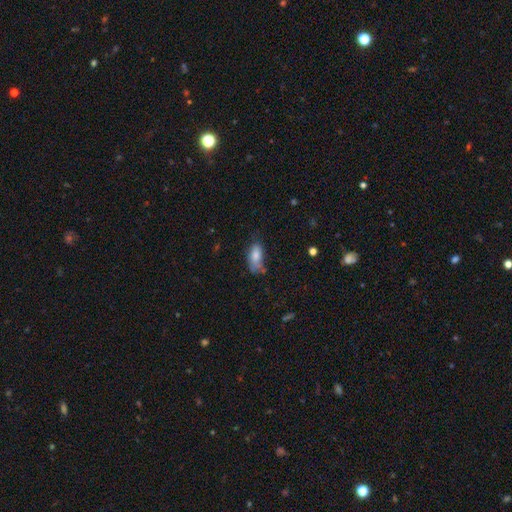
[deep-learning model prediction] Q: Smooth or featured?
A: smooth (80%); runner-up: featured or disk (13%)
Q: How rounded?
A: in between (88%); runner-up: cigar-shaped (9%)
Q: Merging?
A: none (51%); runner-up: minor disturbance (33%)